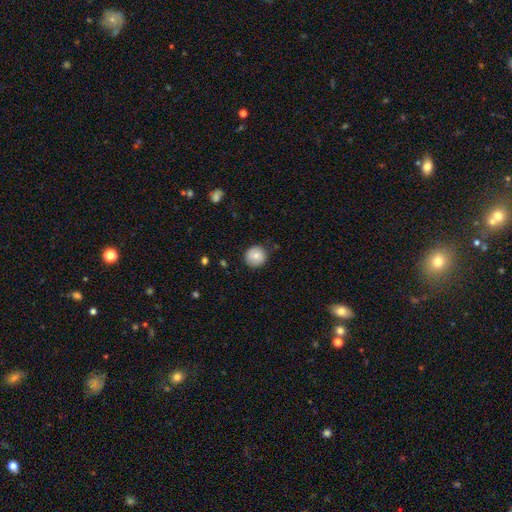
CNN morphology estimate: Smooth or featured? Predicted: smooth (p=0.78). How rounded? Predicted: round (p=0.94). Merging? Predicted: none (p=0.84).